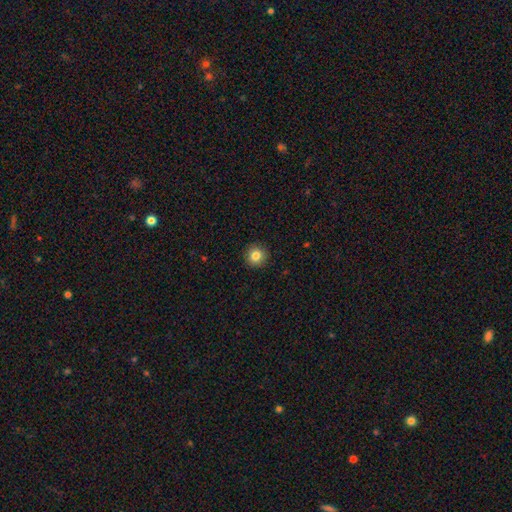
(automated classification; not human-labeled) The model was most divided on "smooth or featured": smooth: 83%, star or artifact: 10%, featured or disk: 6%. More confident: how rounded — round (95%); merging — none (92%).